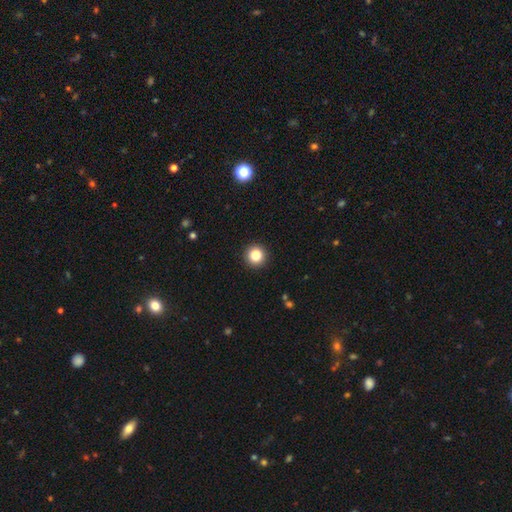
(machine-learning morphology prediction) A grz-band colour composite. It shows a smooth galaxy with no disk features (84%) that is round (95%). Merging: none (93%).